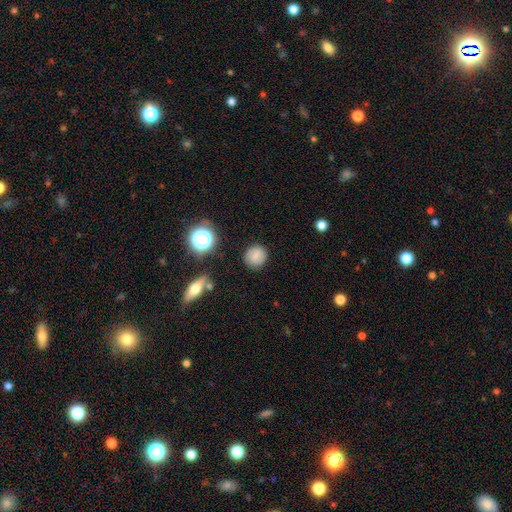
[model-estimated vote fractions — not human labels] This appears to be a smooth galaxy with no disk features (78%) that is round (89%). Merging: none (86%).